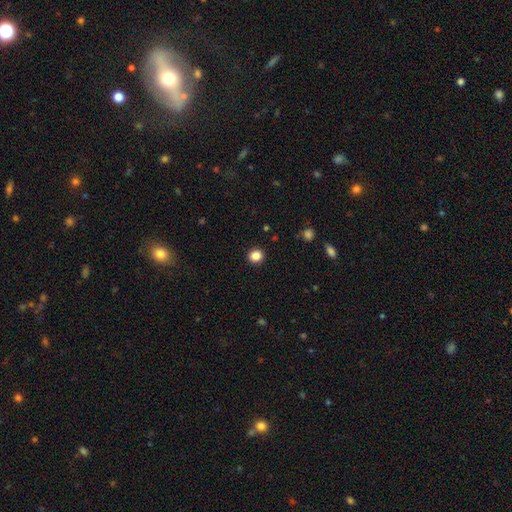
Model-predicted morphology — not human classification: Smooth or featured? Predicted: smooth (p=0.86). How rounded? Predicted: round (p=0.84). Merging? Predicted: none (p=0.92).